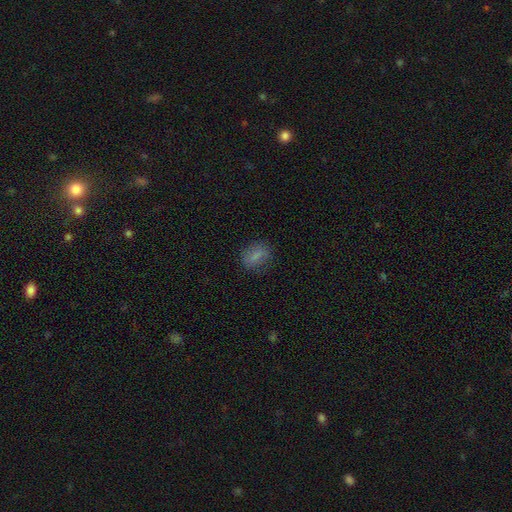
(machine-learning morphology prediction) This appears to be a smooth galaxy with no disk features (77%) that is in between round and cigar-shaped (64%). Merging: none (78%).